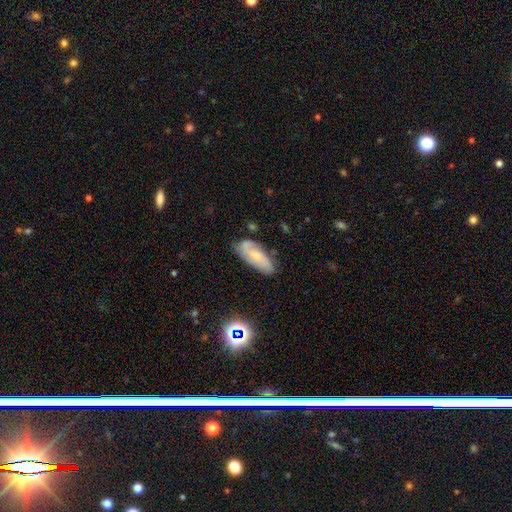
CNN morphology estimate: Smooth or featured? Predicted: featured or disk (p=0.54). Edge-on disk? Predicted: no (p=0.86). Merging? Predicted: none (p=0.70).